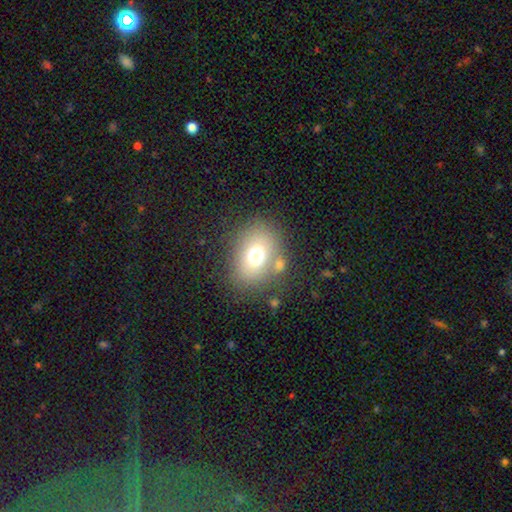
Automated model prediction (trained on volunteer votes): A smooth galaxy with no disk features (68%) that is in between round and cigar-shaped (54%).

Vote fractions:
- Smooth or featured? smooth: 68% / featured or disk: 16% / star or artifact: 15%
- How rounded? in between: 54% / round: 45% / cigar-shaped: 1%
- Merging? none: 72% / minor disturbance: 13% / merger: 9% / major disturbance: 7%